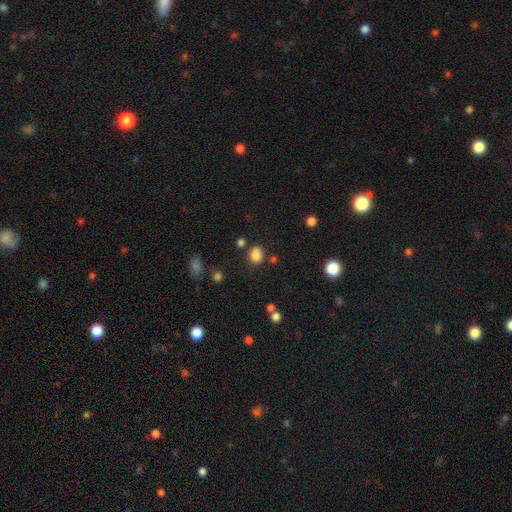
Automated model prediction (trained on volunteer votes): Smooth or featured? smooth (81%)
How rounded? in between (51%)
Merging? none (69%)